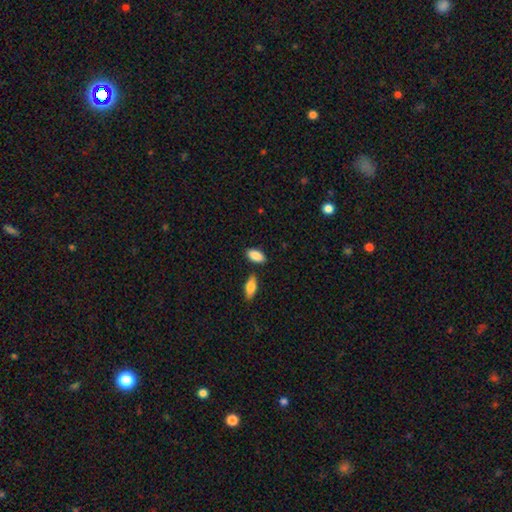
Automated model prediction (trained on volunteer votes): Overall: smooth (88%). How rounded: in between (91%). Merging: none (81%).